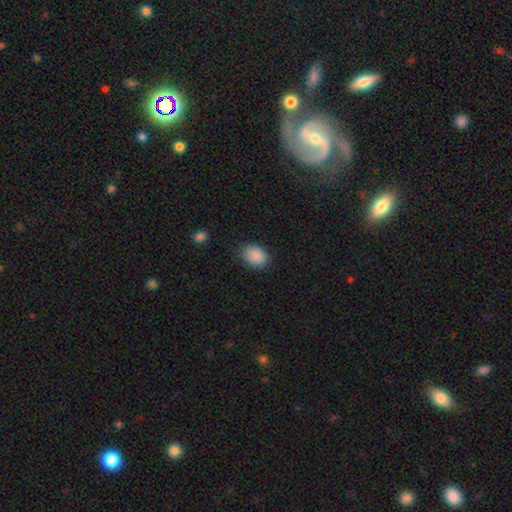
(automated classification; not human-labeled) A smooth galaxy with no disk features (89%) that is in between round and cigar-shaped (70%).

Vote fractions:
- Smooth or featured? smooth: 89% / star or artifact: 8% / featured or disk: 3%
- How rounded? in between: 70% / round: 29% / cigar-shaped: 1%
- Merging? none: 81% / minor disturbance: 14% / major disturbance: 3% / merger: 1%